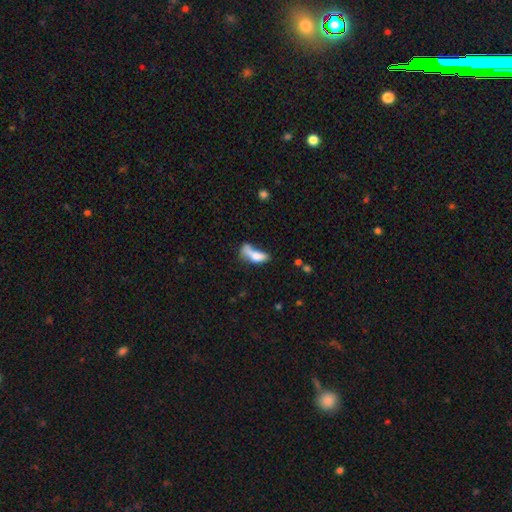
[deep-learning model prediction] Smooth or featured? smooth (65%)
How rounded? in between (64%)
Merging? merger (42%)